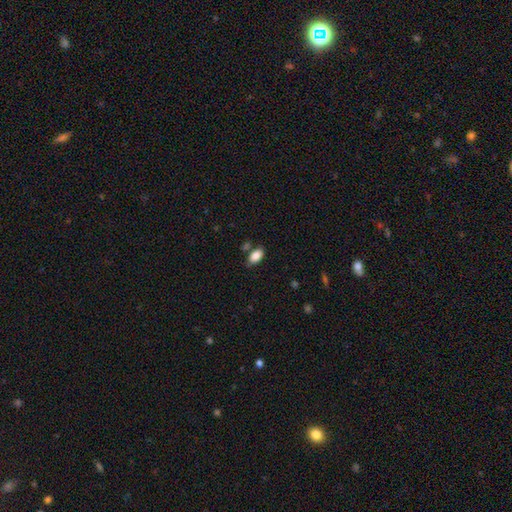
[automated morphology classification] This appears to be a smooth galaxy with no disk features (86%) that is in between round and cigar-shaped (92%). Merging: none (69%).